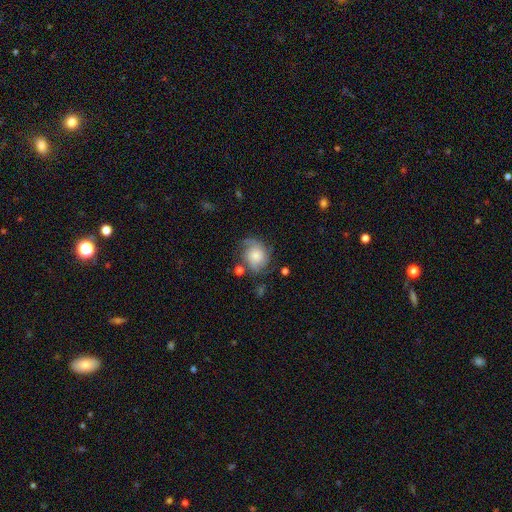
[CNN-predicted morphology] smooth-or-featured: featured or disk: 49% | smooth: 42% | star or artifact: 9%
  merging: none: 57% | minor disturbance: 24% | major disturbance: 14% | merger: 5%